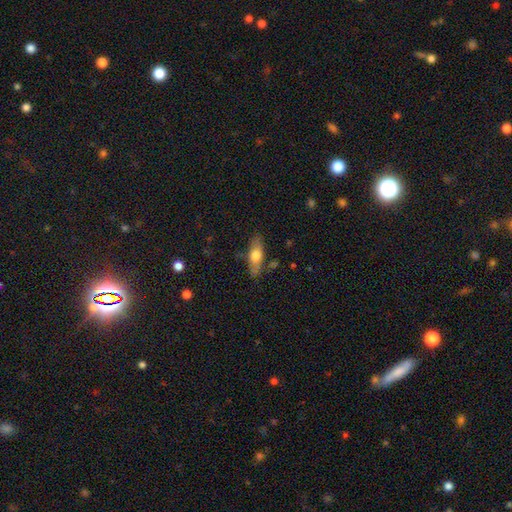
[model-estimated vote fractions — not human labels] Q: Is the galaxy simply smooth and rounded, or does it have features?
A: smooth — 59%.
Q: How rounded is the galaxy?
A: in between — 56%.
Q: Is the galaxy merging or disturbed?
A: none — 80%.